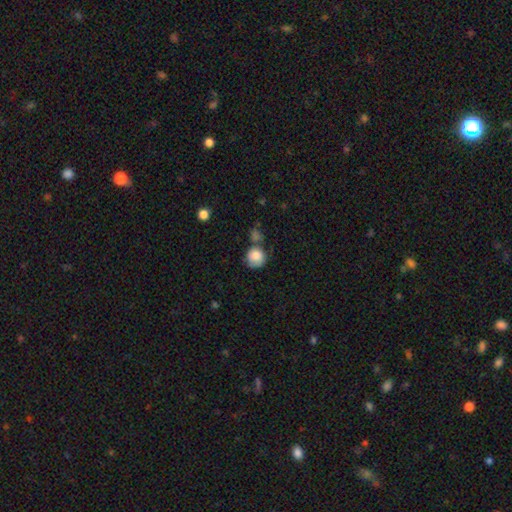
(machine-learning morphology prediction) smooth_or_featured: smooth (p=0.79) [alt: featured or disk p=0.14]
how_rounded: round (p=0.83) [alt: in between p=0.16]
merging: none (p=0.47) [alt: minor disturbance p=0.24]